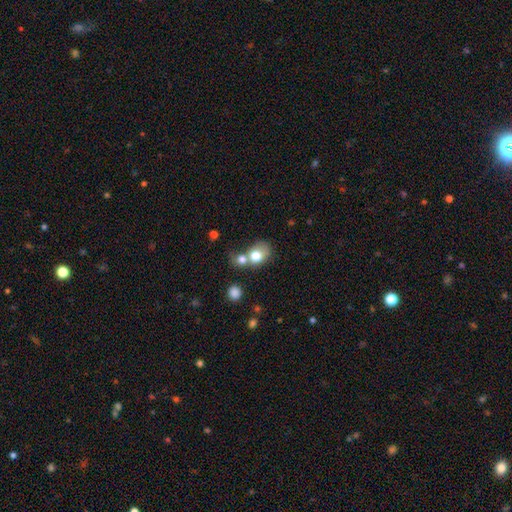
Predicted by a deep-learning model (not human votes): Smooth or featured?
  - smooth: 74% *
  - featured or disk: 16%
  - star or artifact: 10%
How rounded?
  - round: 50% *
  - in between: 49%
  - cigar-shaped: 1%
Merging?
  - merger: 56% *
  - none: 25%
  - minor disturbance: 10%
  - major disturbance: 9%